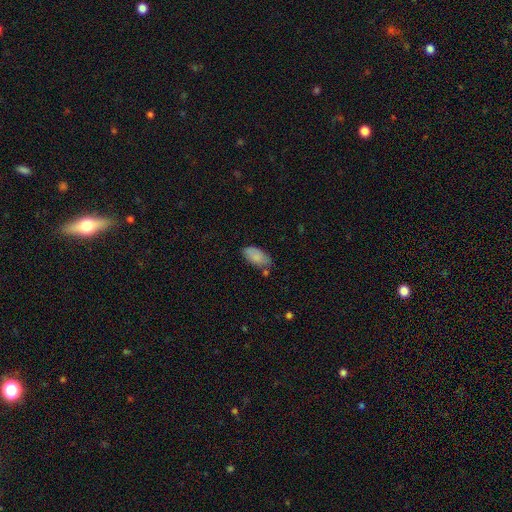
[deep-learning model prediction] A smooth galaxy with no disk features (84%) that is in between round and cigar-shaped (93%). Merging: none (65%).